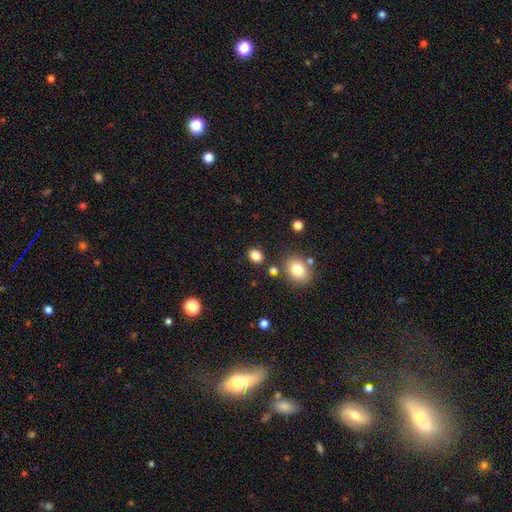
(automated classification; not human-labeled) Smooth or featured? smooth (84%)
How rounded? in between (52%)
Merging? none (82%)